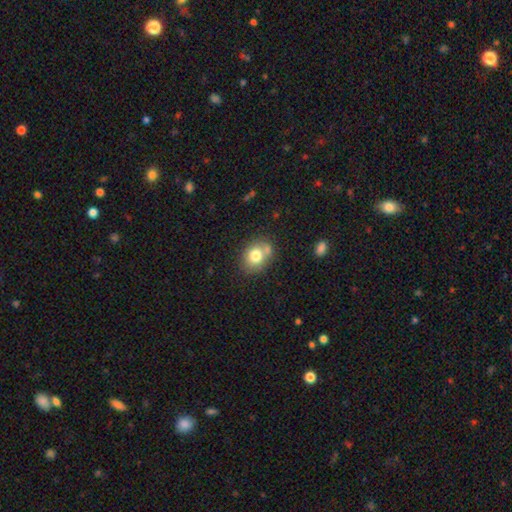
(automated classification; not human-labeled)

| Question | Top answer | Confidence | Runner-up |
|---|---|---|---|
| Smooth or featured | smooth | 76% | featured or disk (14%) |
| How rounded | round | 50% | in between (49%) |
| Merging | none | 60% | merger (17%) |